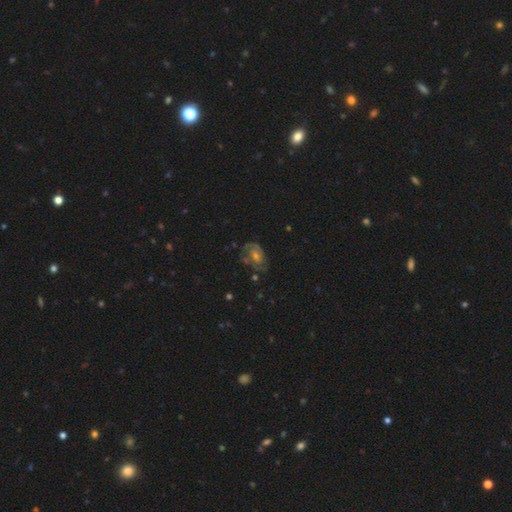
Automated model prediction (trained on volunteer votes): Smooth or featured?
  - featured or disk: 59% *
  - smooth: 21%
  - star or artifact: 19%
Edge-on disk?
  - no: 96% *
  - yes: 4%
Bar?
  - no: 65% *
  - weak: 29%
  - strong: 6%
Spiral arms?
  - yes: 80% *
  - no: 20%
Bulge size?
  - moderate: 47% *
  - small: 43%
  - none: 4%
  - large: 4%
  - dominant: 1%
Merging?
  - none: 63% *
  - minor disturbance: 21%
  - major disturbance: 13%
  - merger: 3%